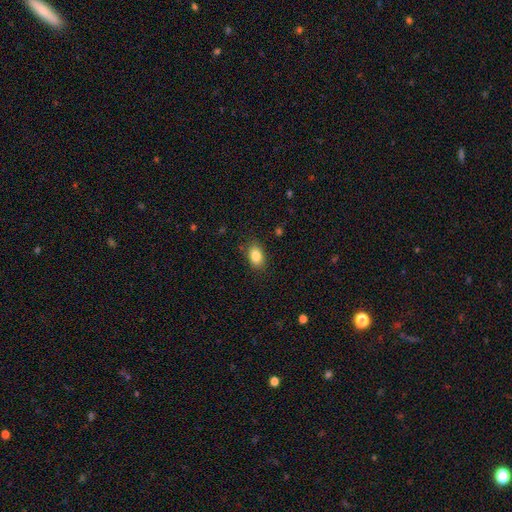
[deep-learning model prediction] A smooth galaxy with no disk features (85%) that is in between round and cigar-shaped (85%). Merging: none (85%).